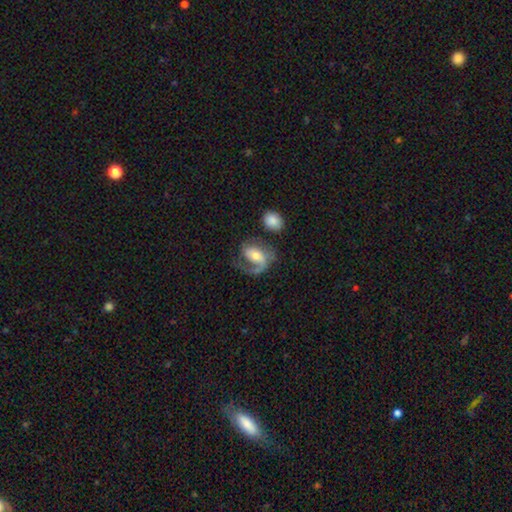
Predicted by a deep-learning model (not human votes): Overall: featured or disk (73%). Edge-on disk: no (97%). Bar: no (46%; weak 37%). Spiral arms: yes (90%). Spiral arm count: 1 (62%; 2 29%). Spiral winding: medium (42%; loose 36%). Bulge size: moderate (58%; small 30%). Merging: none (39%; major disturbance 35%).